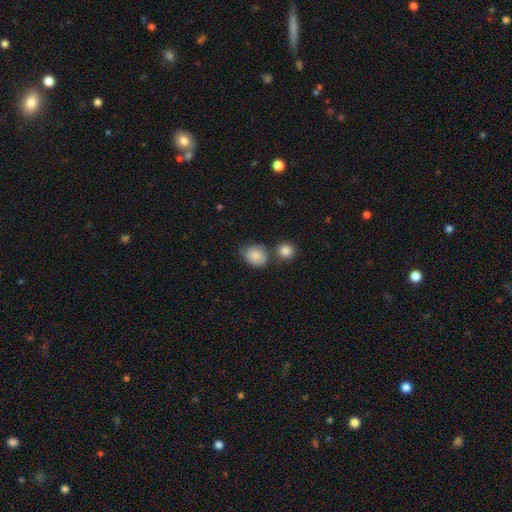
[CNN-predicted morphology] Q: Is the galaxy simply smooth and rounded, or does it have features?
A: smooth — 84%.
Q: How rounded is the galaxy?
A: in between — 50%.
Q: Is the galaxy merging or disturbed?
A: none — 59%.